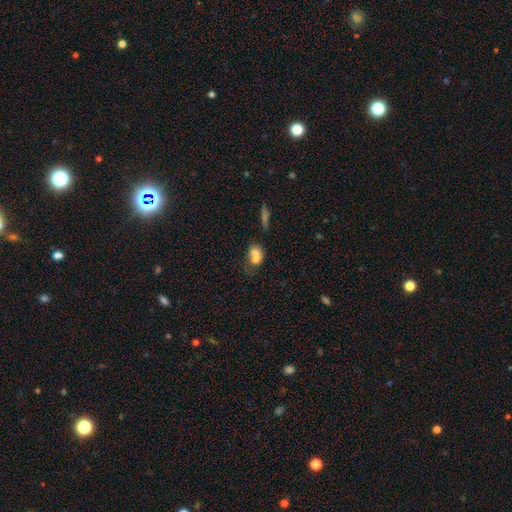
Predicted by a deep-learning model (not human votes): Smooth or featured: smooth — 73% (featured or disk — 16%)
How rounded: in between — 72% (round — 25%)
Merging: merger — 36% (none — 30%)